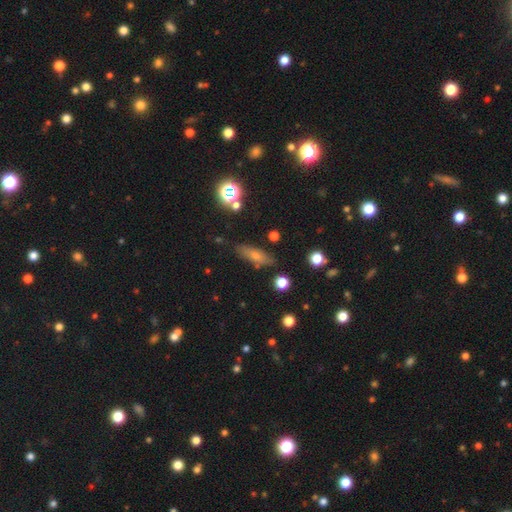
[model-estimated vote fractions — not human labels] Smooth or featured?
  - smooth: 67% *
  - featured or disk: 22%
  - star or artifact: 10%
How rounded?
  - in between: 53% *
  - cigar-shaped: 43%
  - round: 4%
Merging?
  - none: 79% *
  - minor disturbance: 13%
  - merger: 4%
  - major disturbance: 4%